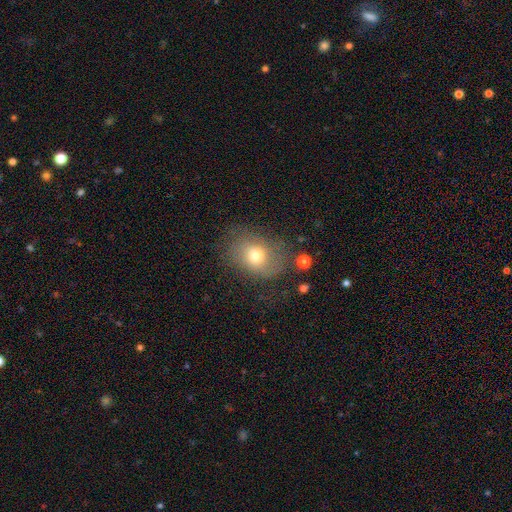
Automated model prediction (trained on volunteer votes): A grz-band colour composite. It shows a smooth galaxy with no disk features (65%) that is in between round and cigar-shaped (58%). Merging: none (60%).